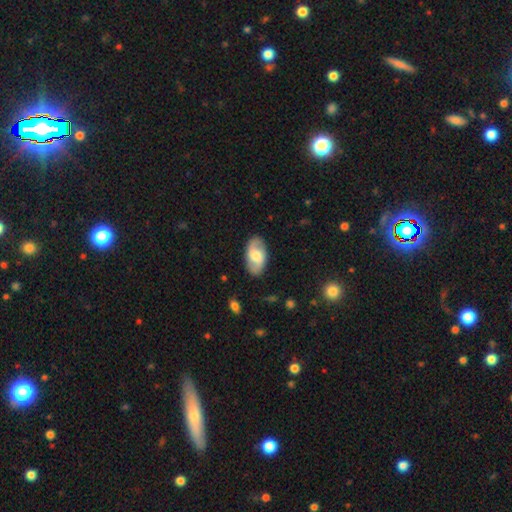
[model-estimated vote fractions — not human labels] Smooth or featured? featured or disk (49%)
Merging? none (85%)